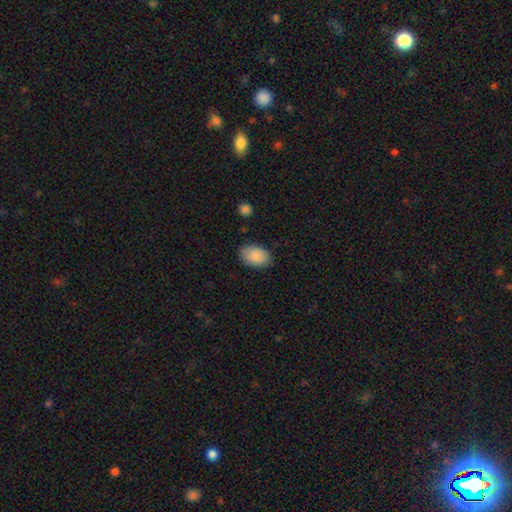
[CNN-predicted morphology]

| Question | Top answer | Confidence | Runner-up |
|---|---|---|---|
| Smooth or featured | smooth | 88% | star or artifact (6%) |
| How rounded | in between | 88% | round (10%) |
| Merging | none | 83% | minor disturbance (13%) |